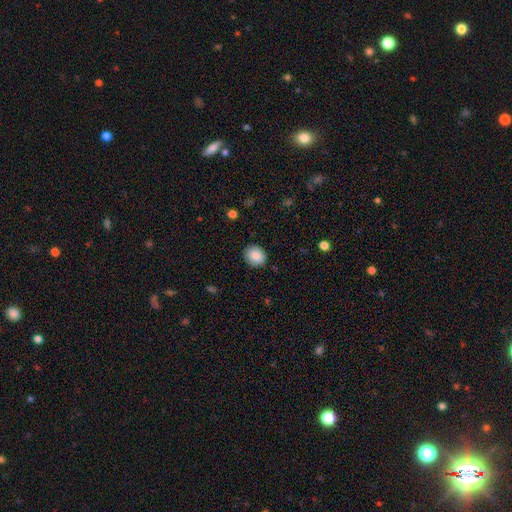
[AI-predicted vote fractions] This appears to be a smooth galaxy with no disk features (86%) that is round (66%). Merging: none (89%).